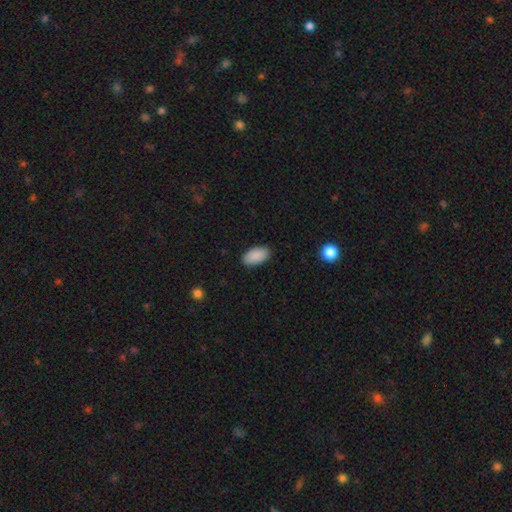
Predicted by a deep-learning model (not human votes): smooth_or_featured: smooth (p=0.90) [alt: star or artifact p=0.07]
how_rounded: in between (p=0.95) [alt: round p=0.03]
merging: none (p=0.89) [alt: minor disturbance p=0.08]